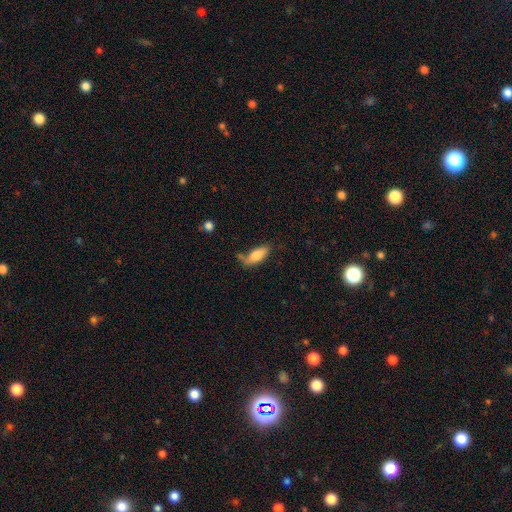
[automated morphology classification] smooth_or_featured: smooth (p=0.78) [alt: featured or disk p=0.15]
how_rounded: in between (p=0.79) [alt: cigar-shaped p=0.18]
merging: none (p=0.53) [alt: minor disturbance p=0.27]